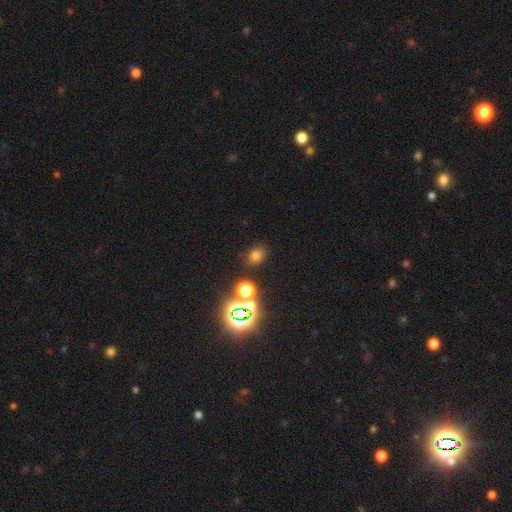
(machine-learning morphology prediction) Q: Smooth or featured?
A: smooth (66%); runner-up: star or artifact (28%)
Q: How rounded?
A: round (57%); runner-up: in between (42%)
Q: Merging?
A: none (82%); runner-up: minor disturbance (9%)